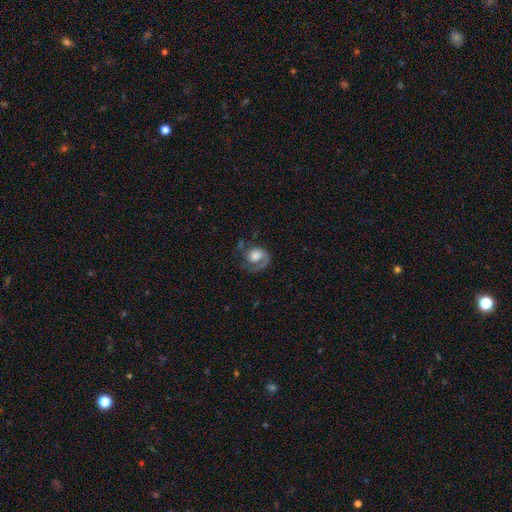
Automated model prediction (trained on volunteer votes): This is possibly a featured or disk galaxy (56%). It is clearly not viewed edge-on (98%). Bar: likely no (76%). Spiral arm pattern: clearly yes (85%). Central bulge: marginally large (41%). Merging: marginally none (43%).